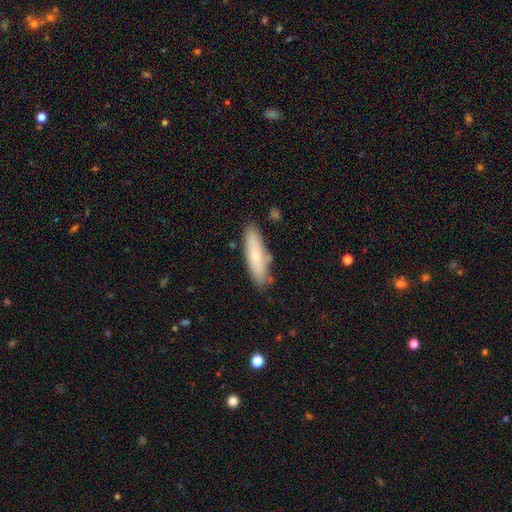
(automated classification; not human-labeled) A smooth galaxy with no disk features (65%) that is cigar-shaped (64%).

Vote fractions:
- Smooth or featured? smooth: 65% / featured or disk: 28% / star or artifact: 6%
- How rounded? cigar-shaped: 64% / in between: 34% / round: 2%
- Merging? none: 81% / minor disturbance: 13% / merger: 4% / major disturbance: 3%